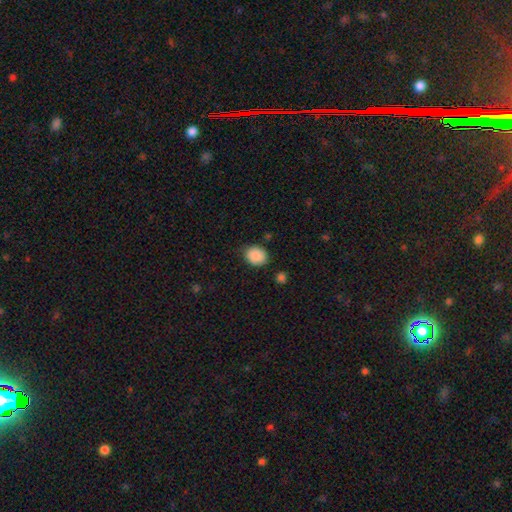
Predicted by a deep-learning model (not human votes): Smooth or featured? Predicted: smooth (p=0.88). How rounded? Predicted: round (p=0.51). Merging? Predicted: none (p=0.77).